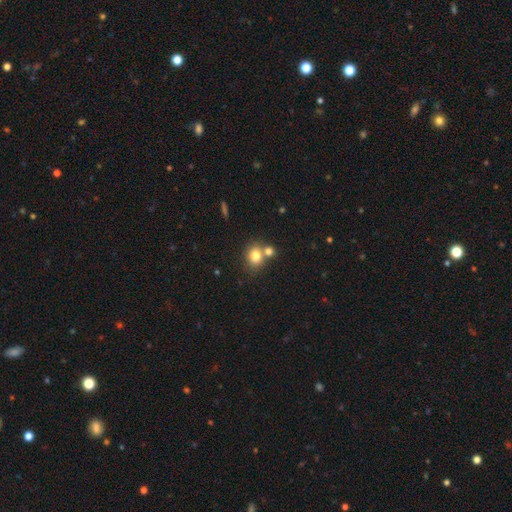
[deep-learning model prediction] Smooth or featured? Predicted: smooth (p=0.79). How rounded? Predicted: round (p=0.67). Merging? Predicted: none (p=0.52).